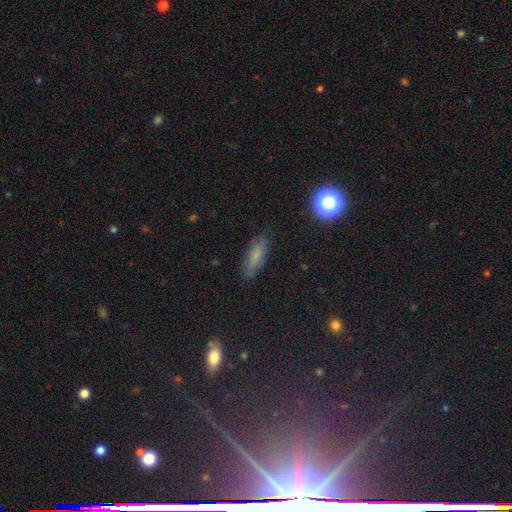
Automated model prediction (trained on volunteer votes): Morphology: type=smooth (67%); roundness=in between (60%); merging=none (82%).